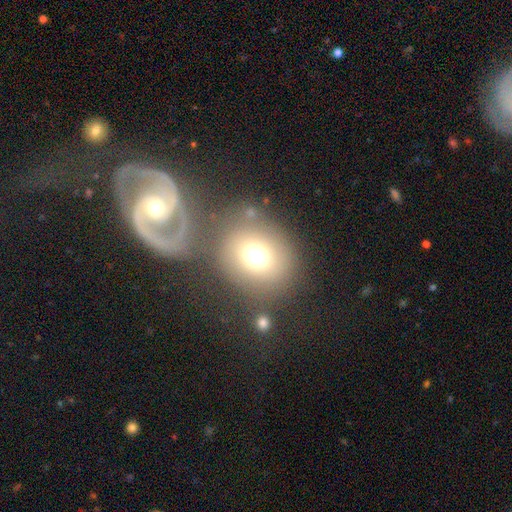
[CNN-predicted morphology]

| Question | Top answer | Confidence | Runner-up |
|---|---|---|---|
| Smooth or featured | smooth | 69% | featured or disk (16%) |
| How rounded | round | 72% | in between (27%) |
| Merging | none | 59% | merger (19%) |